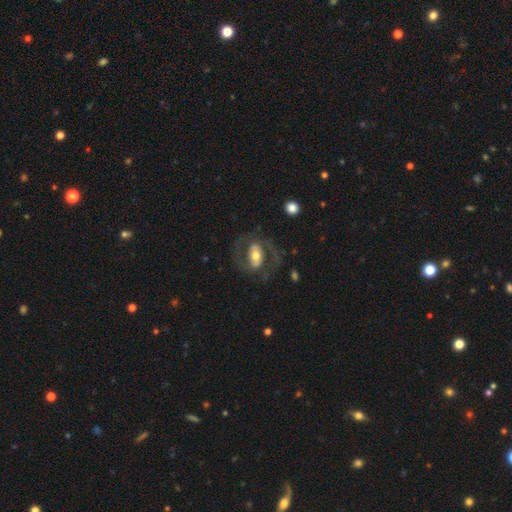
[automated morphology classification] Smooth or featured: featured or disk — 73% (smooth — 22%)
Edge-on disk: no — 95% (yes — 5%)
Bar: strong — 37% (weak — 33%)
Spiral arms: yes — 78% (no — 22%)
Spiral winding: medium — 54% (loose — 24%)
Spiral arm count: 2 — 88% (can't tell — 6%)
Bulge size: moderate — 63% (small — 17%)
Merging: none — 66% (major disturbance — 18%)